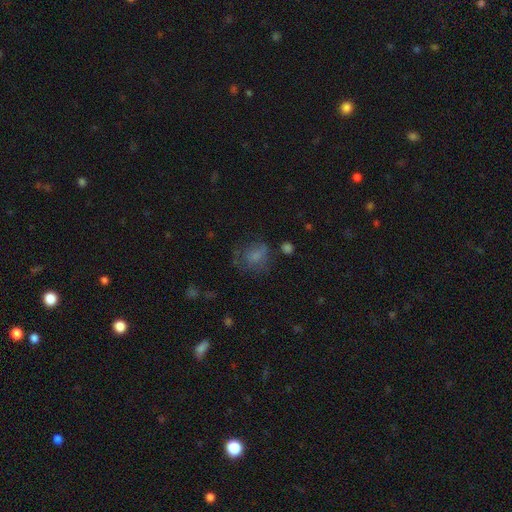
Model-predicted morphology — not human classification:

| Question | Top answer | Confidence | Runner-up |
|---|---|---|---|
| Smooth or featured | smooth | 66% | featured or disk (19%) |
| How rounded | round | 65% | in between (34%) |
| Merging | none | 48% | minor disturbance (24%) |